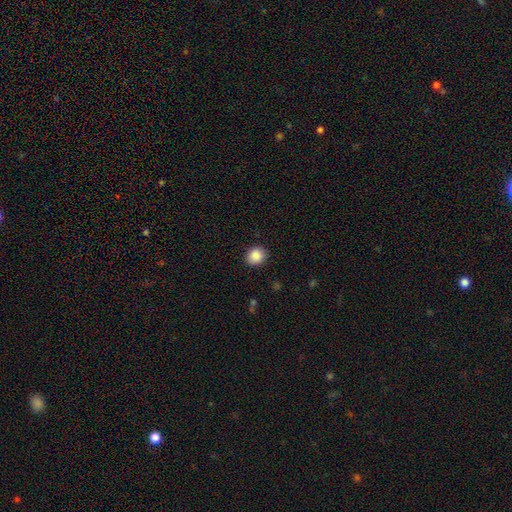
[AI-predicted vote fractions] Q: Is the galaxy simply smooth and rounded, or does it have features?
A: smooth — 88%.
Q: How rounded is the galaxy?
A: round — 66%.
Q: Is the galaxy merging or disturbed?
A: none — 88%.